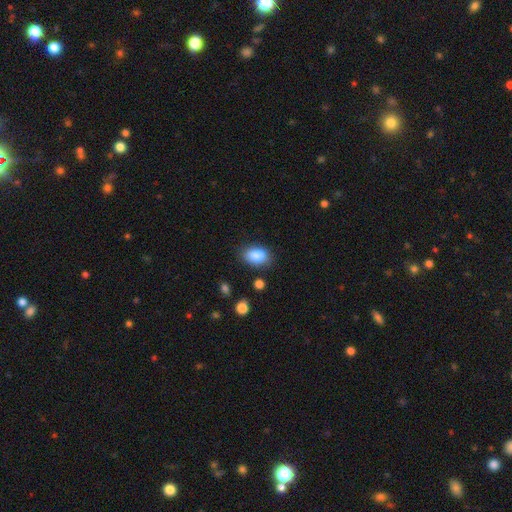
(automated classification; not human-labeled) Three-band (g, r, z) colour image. It shows a smooth galaxy with no disk features (82%) that is in between round and cigar-shaped (84%). Merging: none (73%).